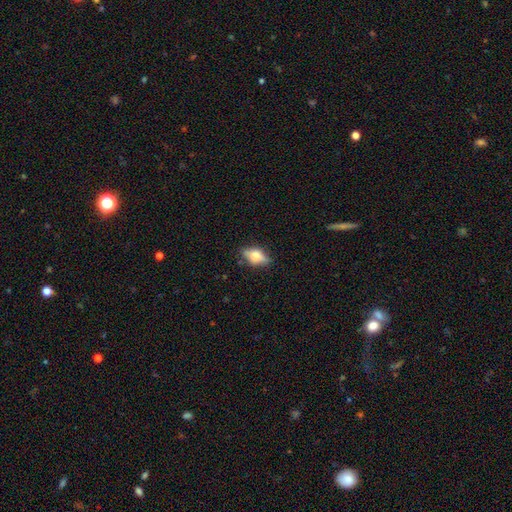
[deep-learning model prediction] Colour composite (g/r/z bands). It shows a smooth galaxy with no disk features (52%) that is in between round and cigar-shaped (78%). Merging: none (75%).